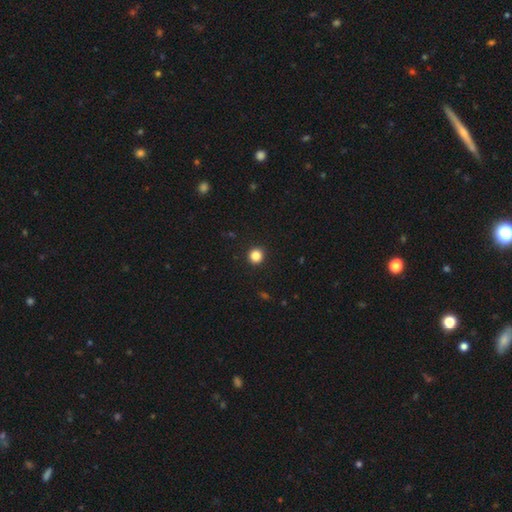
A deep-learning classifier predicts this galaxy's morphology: Smooth or featured? Predicted: smooth (p=0.85). How rounded? Predicted: round (p=0.93). Merging? Predicted: none (p=0.93).